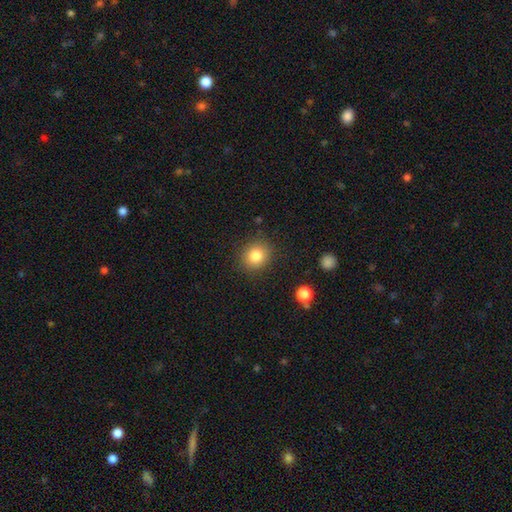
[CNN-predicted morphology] A smooth galaxy with no disk features (82%) that is round (81%).

Vote fractions:
- Smooth or featured? smooth: 82% / star or artifact: 10% / featured or disk: 7%
- How rounded? round: 81% / in between: 18% / cigar-shaped: 1%
- Merging? none: 87% / minor disturbance: 9% / major disturbance: 3% / merger: 1%